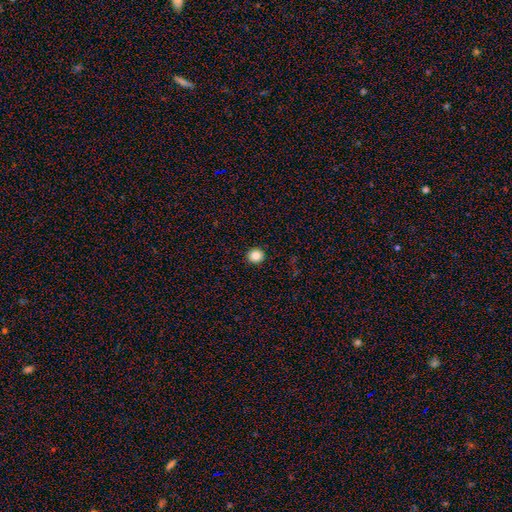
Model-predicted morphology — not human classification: type=smooth (85%); roundness=round (91%); merging=none (93%).